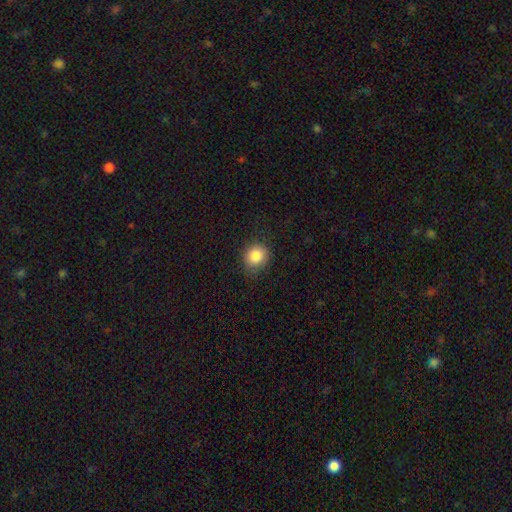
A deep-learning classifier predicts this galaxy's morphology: smooth_or_featured: smooth (p=0.85) [alt: star or artifact p=0.10]
how_rounded: round (p=0.81) [alt: in between p=0.18]
merging: none (p=0.80) [alt: minor disturbance p=0.15]